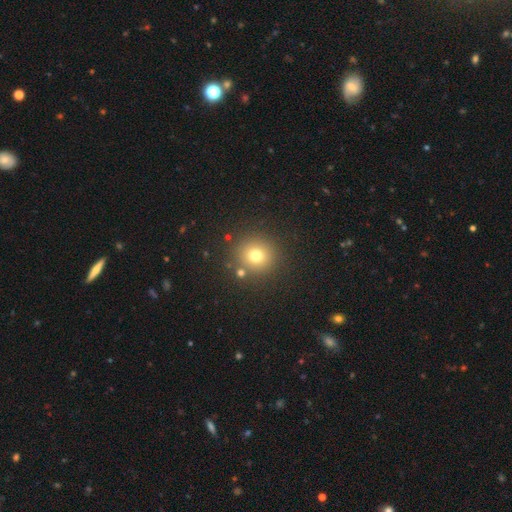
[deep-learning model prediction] The model was most divided on "smooth or featured": smooth: 74%, star or artifact: 16%, featured or disk: 10%. More confident: how rounded — round (92%); merging — none (85%).